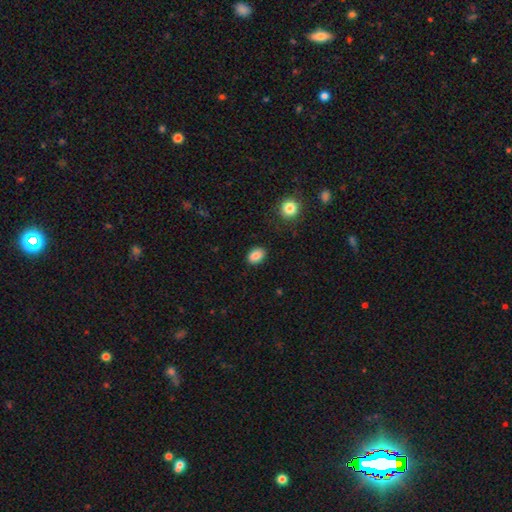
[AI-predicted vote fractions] A smooth galaxy with no disk features (87%) that is in between round and cigar-shaped (75%). Merging: none (87%).